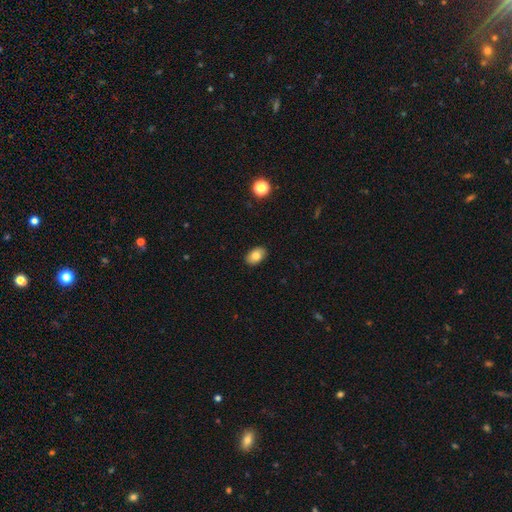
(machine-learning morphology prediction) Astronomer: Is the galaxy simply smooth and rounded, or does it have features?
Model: smooth — 82%.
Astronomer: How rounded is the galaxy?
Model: in between — 88%.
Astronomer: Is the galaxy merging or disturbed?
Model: none — 89%.